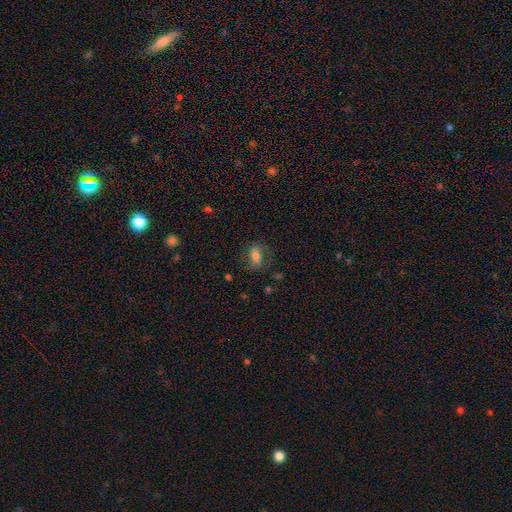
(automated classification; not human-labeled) Smooth or featured: smooth — 63% (featured or disk — 26%)
How rounded: in between — 80% (round — 11%)
Merging: none — 65% (minor disturbance — 20%)